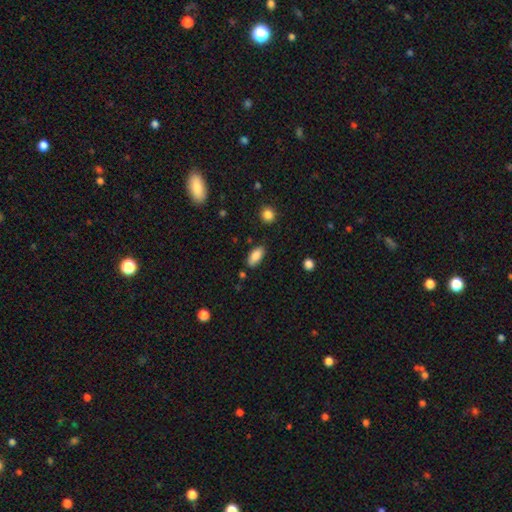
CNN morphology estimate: A smooth galaxy with no disk features (86%) that is in between round and cigar-shaped (87%). Merging: none (82%).